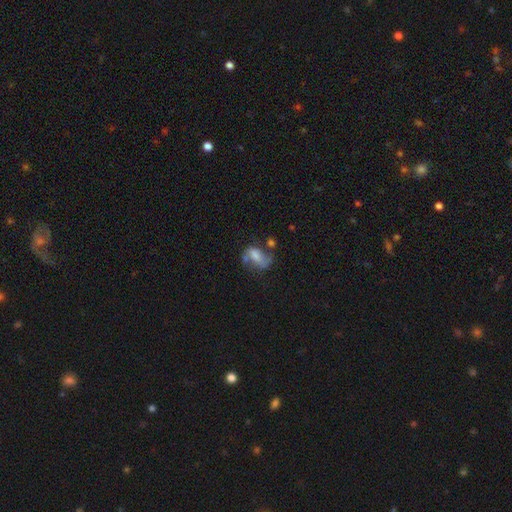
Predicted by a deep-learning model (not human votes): Smooth or featured? Predicted: featured or disk (p=0.55). Edge-on disk? Predicted: no (p=0.96). Bar? Predicted: no (p=0.45). Spiral arms? Predicted: yes (p=0.75). Bulge size? Predicted: moderate (p=0.34). Merging? Predicted: none (p=0.36).